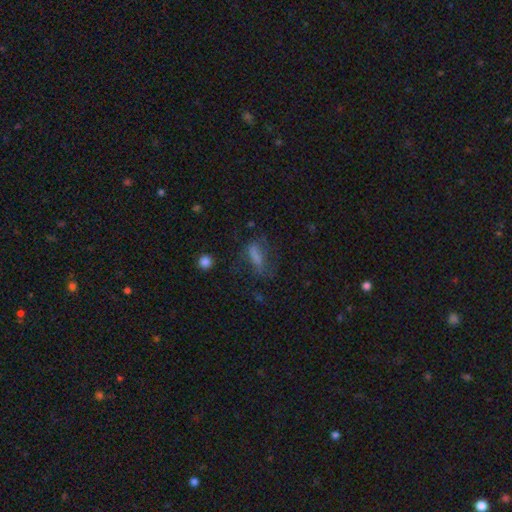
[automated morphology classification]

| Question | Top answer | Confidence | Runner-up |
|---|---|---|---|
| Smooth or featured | smooth | 56% | featured or disk (25%) |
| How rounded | cigar-shaped | 50% | in between (45%) |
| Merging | none | 54% | minor disturbance (23%) |